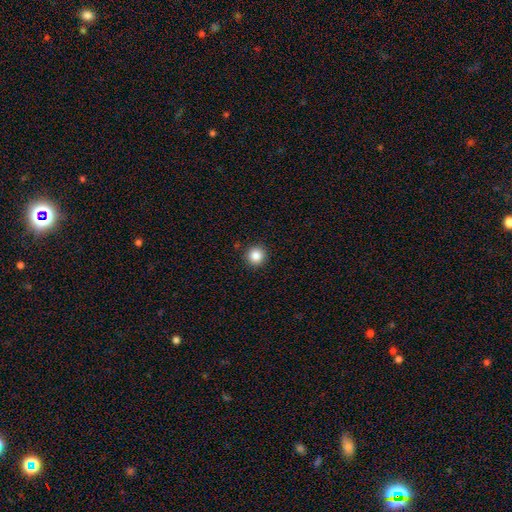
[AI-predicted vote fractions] The model was most divided on "smooth or featured": smooth: 86%, star or artifact: 10%, featured or disk: 4%. More confident: how rounded — round (94%); merging — none (92%).